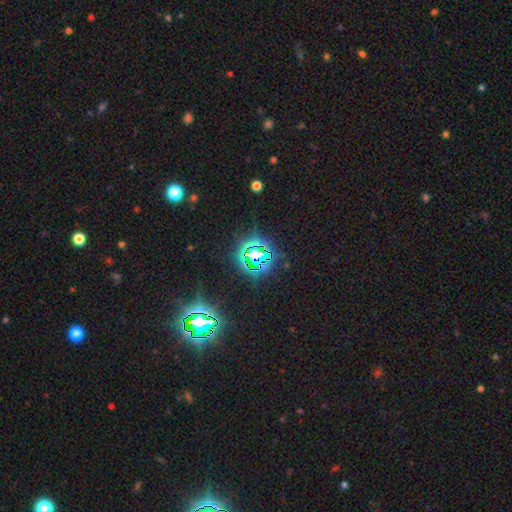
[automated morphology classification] A star or artifact, not a galaxy (79%).

Vote fractions:
- Smooth or featured? star or artifact: 79% / smooth: 12% / featured or disk: 9%